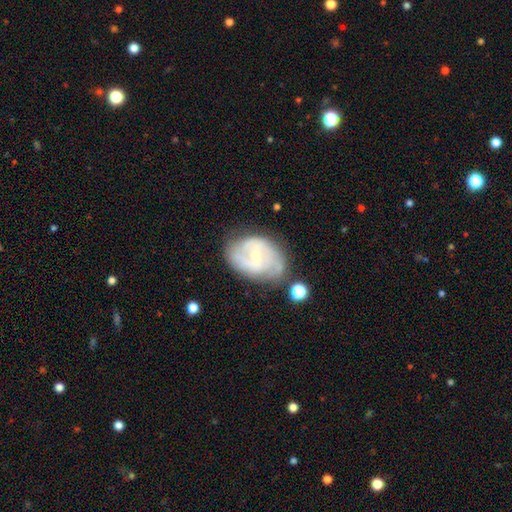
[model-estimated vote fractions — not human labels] smooth-or-featured: featured or disk: 78% | smooth: 16% | star or artifact: 6%
  disk-edge-on: no: 97% | yes: 3%
    bar: weak: 53% | no: 30% | strong: 17%
    has-spiral-arms: yes: 89% | no: 11%
      spiral-winding: medium: 45% | tight: 38% | loose: 18%
      spiral-arm-count: 2: 59% | can't tell: 24% | 3: 9% | 1: 3% | 4: 3% | more than 4: 2%
    bulge-size: small: 71% | moderate: 25% | none: 2% | large: 1% | dominant: 1%
  merging: none: 60% | minor disturbance: 25% | major disturbance: 10% | merger: 4%